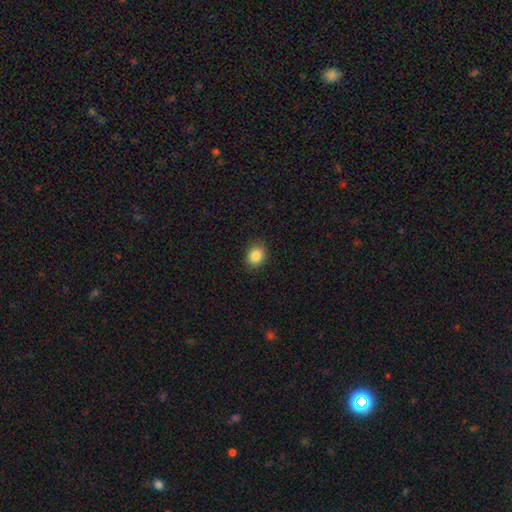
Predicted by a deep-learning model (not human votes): smooth 86%, star or artifact 10%, featured or disk 5%. Down the decision tree: how rounded — round (60%); merging — none (89%).